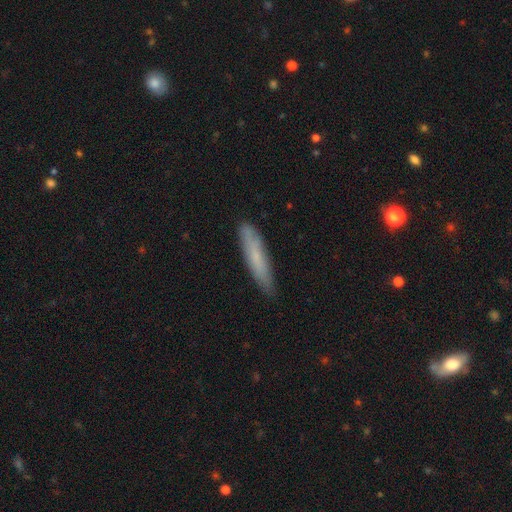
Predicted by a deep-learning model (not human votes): Overall: smooth (67%). How rounded: cigar-shaped (88%). Merging: none (82%).